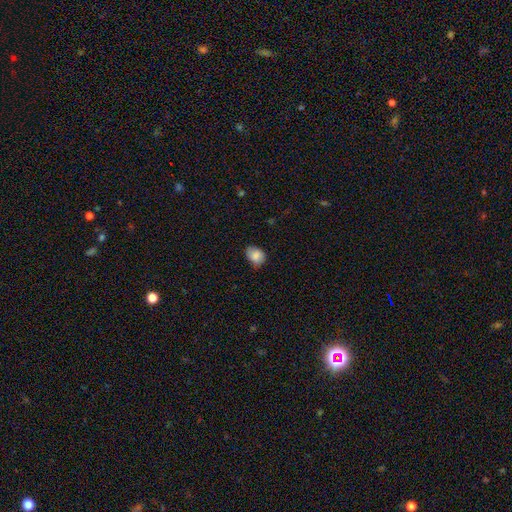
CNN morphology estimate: A smooth galaxy with no disk features (86%) that is in between round and cigar-shaped (58%).

Vote fractions:
- Smooth or featured? smooth: 86% / star or artifact: 8% / featured or disk: 6%
- How rounded? in between: 58% / round: 41% / cigar-shaped: 1%
- Merging? none: 67% / minor disturbance: 27% / major disturbance: 4% / merger: 1%